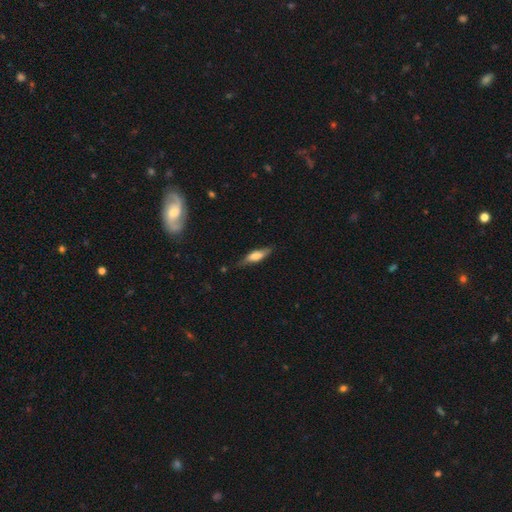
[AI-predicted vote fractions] Morphology: type=smooth (60%); roundness=cigar-shaped (56%); merging=none (71%).